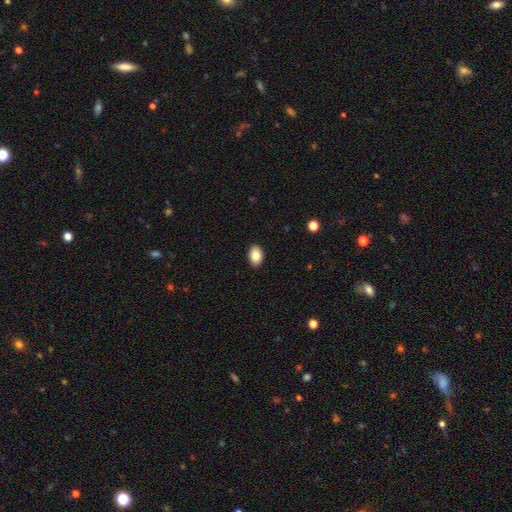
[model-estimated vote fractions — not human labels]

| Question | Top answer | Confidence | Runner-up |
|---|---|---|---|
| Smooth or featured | smooth | 84% | featured or disk (8%) |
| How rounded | in between | 86% | round (13%) |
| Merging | none | 91% | minor disturbance (7%) |